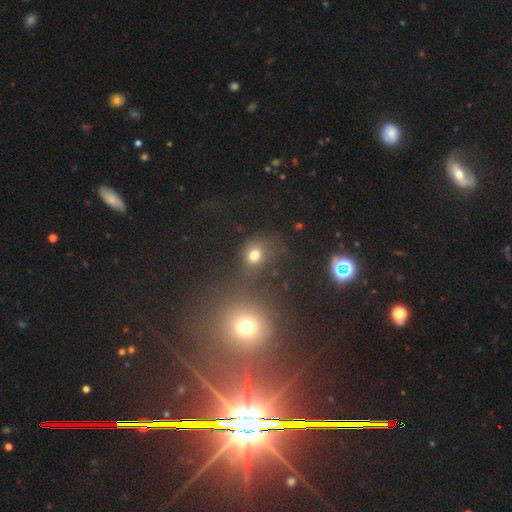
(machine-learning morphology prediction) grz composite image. It shows a smooth galaxy with no disk features (69%) that is round (77%). Merging: none (64%).